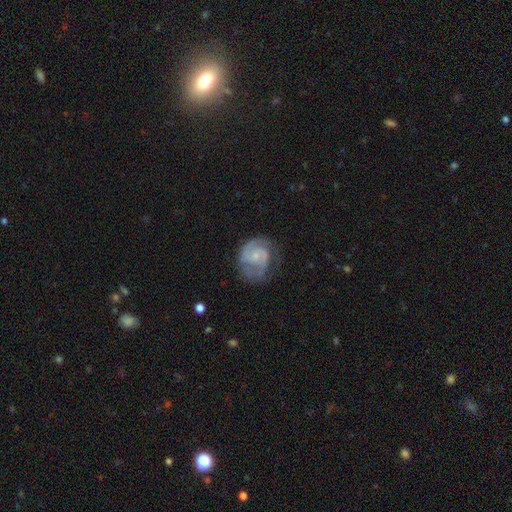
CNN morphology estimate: A featured or disk galaxy (76%) with no bar (63%), 2 (68%) medium (46%) spiral arms (92%) and a small central bulge (69%). Merging: none (56%).